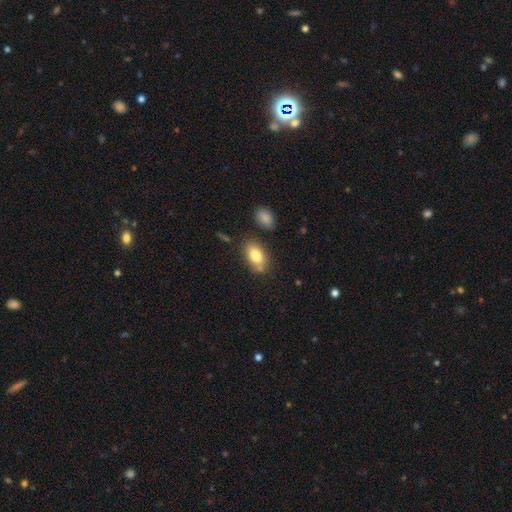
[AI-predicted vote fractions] The model was most divided on "merging": none: 71%, minor disturbance: 17%, merger: 8%, major disturbance: 4%. More confident: how rounded — in between (90%); smooth or featured — smooth (81%).